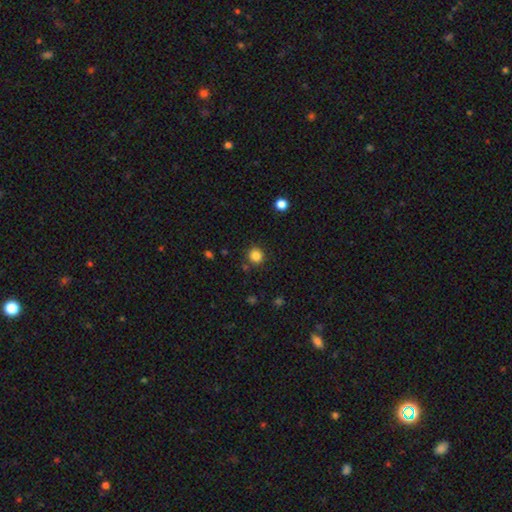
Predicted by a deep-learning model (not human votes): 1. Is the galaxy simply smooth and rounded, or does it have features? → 84% smooth, 12% star or artifact, 4% featured or disk.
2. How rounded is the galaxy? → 92% round, 7% in between, 1% cigar-shaped.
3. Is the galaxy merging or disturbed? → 87% none, 7% minor disturbance, 3% merger, 2% major disturbance.